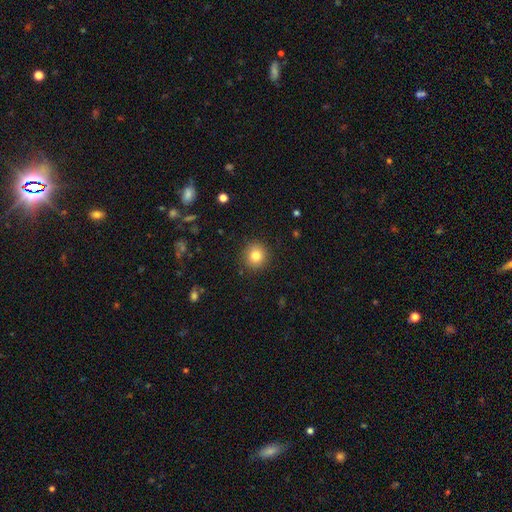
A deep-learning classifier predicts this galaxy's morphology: This is clearly a smooth galaxy (81%). How rounded: clearly round (92%). Merging: clearly none (90%).